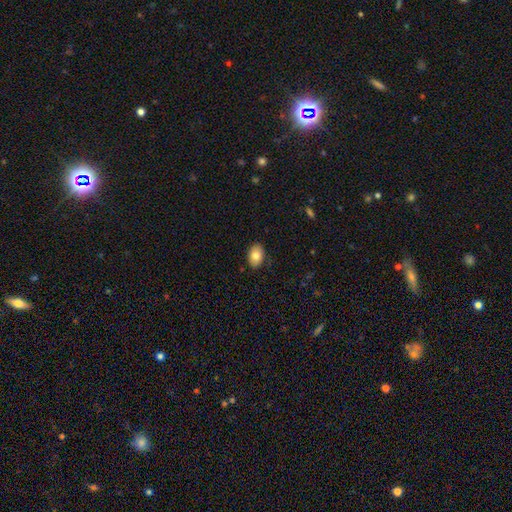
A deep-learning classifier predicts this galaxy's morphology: type=smooth (83%); roundness=in between (87%); merging=none (87%).